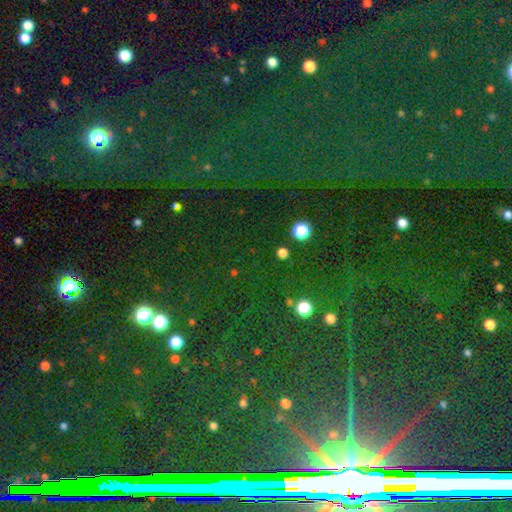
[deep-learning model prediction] A star or artifact, not a galaxy (82%).

Vote fractions:
- Smooth or featured? star or artifact: 82% / smooth: 9% / featured or disk: 9%